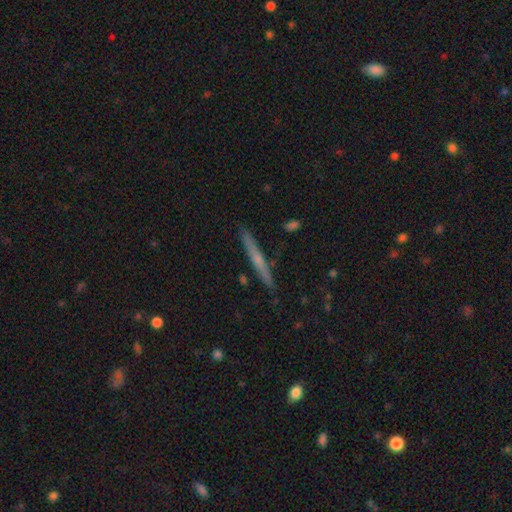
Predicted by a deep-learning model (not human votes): Morphology: type=featured or disk (59%); edge-on=yes (97%); edge-on bulge=rounded (49%); merging=none (90%).